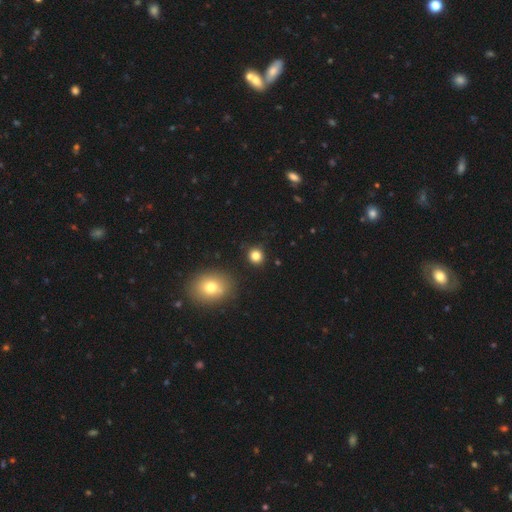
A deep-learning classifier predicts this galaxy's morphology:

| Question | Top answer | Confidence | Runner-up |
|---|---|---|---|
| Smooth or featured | smooth | 82% | star or artifact (13%) |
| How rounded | round | 88% | in between (11%) |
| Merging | none | 89% | minor disturbance (7%) |